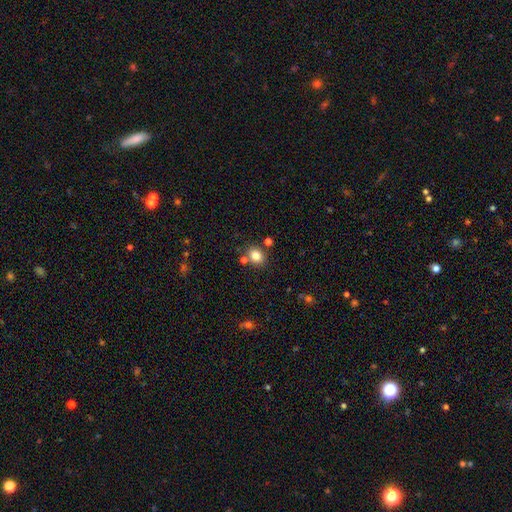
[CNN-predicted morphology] Smooth or featured: smooth — 82% (star or artifact — 11%)
How rounded: round — 51% (in between — 48%)
Merging: none — 75% (minor disturbance — 11%)